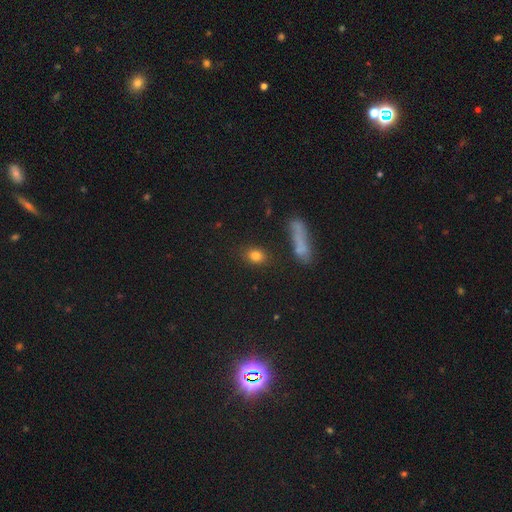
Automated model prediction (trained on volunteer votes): This appears to be a smooth galaxy with no disk features (82%) that is in between round and cigar-shaped (59%). Merging: none (82%).